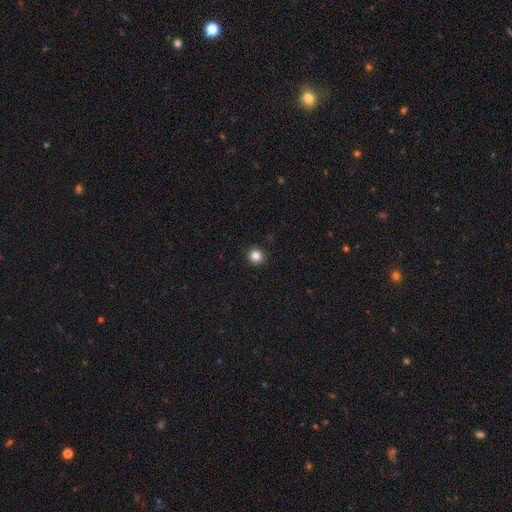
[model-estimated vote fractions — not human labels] smooth_or_featured: smooth (p=0.84) [alt: star or artifact p=0.12]
how_rounded: round (p=0.93) [alt: in between p=0.06]
merging: none (p=0.93) [alt: minor disturbance p=0.05]